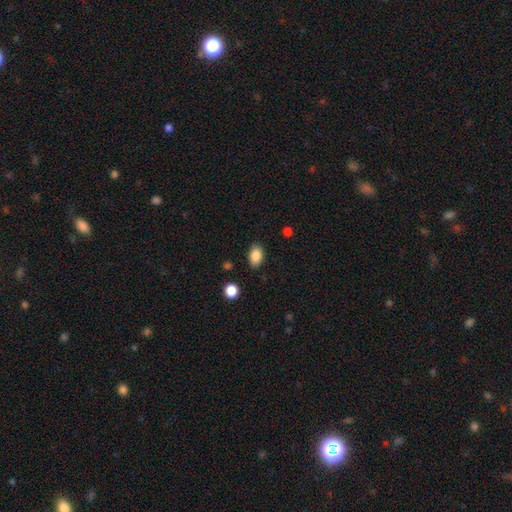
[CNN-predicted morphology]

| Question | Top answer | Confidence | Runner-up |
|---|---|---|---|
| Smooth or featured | smooth | 86% | star or artifact (8%) |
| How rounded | in between | 88% | round (11%) |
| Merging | none | 85% | minor disturbance (10%) |